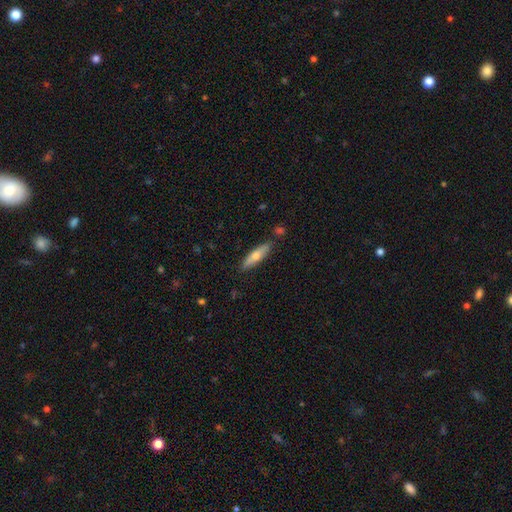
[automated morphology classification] smooth-or-featured: smooth: 56% | featured or disk: 38% | star or artifact: 6%
  how-rounded: cigar-shaped: 70% | in between: 28% | round: 2%
  merging: none: 85% | minor disturbance: 10% | merger: 3% | major disturbance: 2%